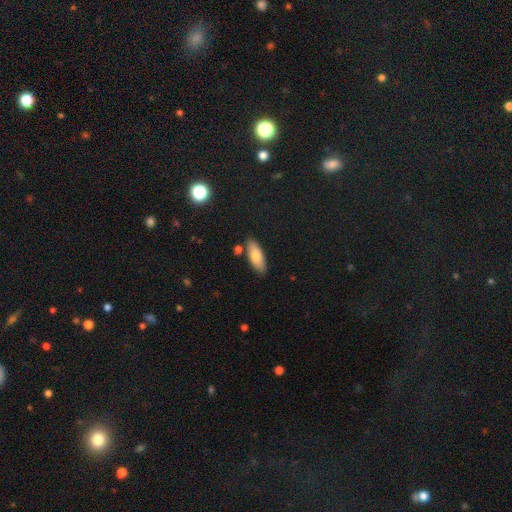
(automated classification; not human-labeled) This appears to be a smooth galaxy with no disk features (78%) that is in between round and cigar-shaped (70%). Merging: none (81%).